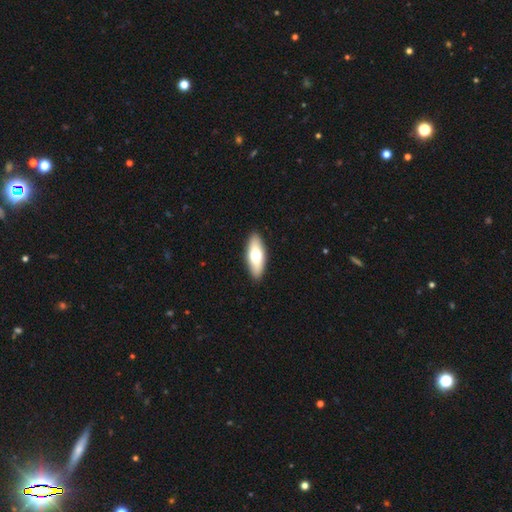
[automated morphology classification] Smooth or featured?
  - smooth: 64% *
  - featured or disk: 30%
  - star or artifact: 5%
How rounded?
  - in between: 69% *
  - cigar-shaped: 28%
  - round: 2%
Merging?
  - none: 91% *
  - minor disturbance: 6%
  - major disturbance: 1%
  - merger: 1%